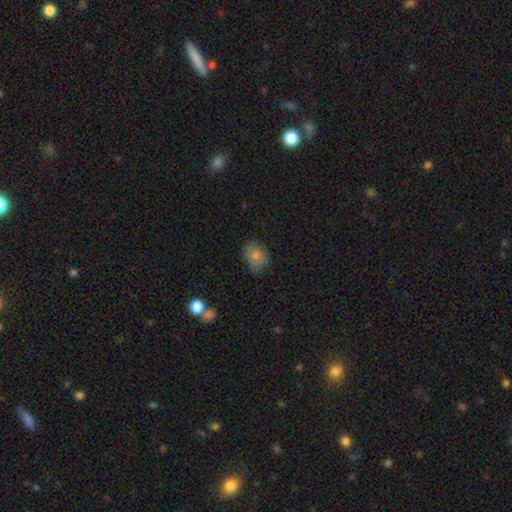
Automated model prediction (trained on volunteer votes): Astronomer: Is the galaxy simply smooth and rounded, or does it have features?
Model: smooth — 77%.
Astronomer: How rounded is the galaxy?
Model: round — 52% (runner-up: in between, 47%).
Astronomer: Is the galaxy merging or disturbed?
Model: none — 75%.